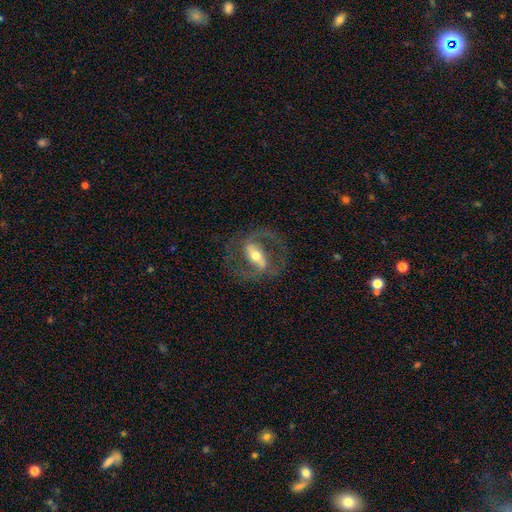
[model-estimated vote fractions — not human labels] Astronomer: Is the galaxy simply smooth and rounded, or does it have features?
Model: featured or disk — 85%.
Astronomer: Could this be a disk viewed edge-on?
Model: no — 92%.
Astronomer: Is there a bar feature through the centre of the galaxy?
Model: strong — 65%.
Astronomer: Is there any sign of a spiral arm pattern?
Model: yes — 85%.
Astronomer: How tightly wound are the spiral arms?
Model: medium — 57%.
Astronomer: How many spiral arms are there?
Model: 2 — 89%.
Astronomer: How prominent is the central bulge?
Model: moderate — 64%.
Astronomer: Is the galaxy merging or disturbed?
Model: none — 74%.